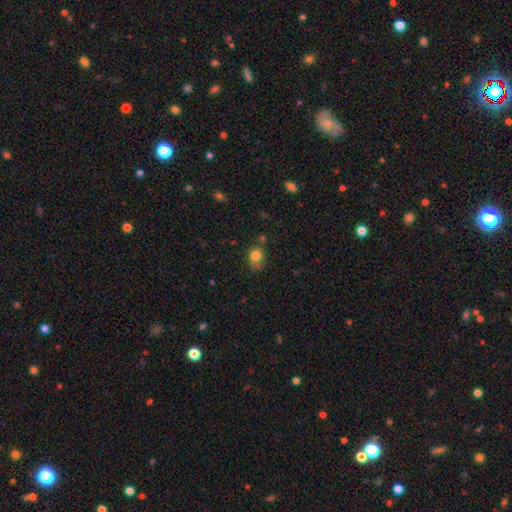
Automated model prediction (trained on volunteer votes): Smooth or featured?
  - smooth: 80% *
  - star or artifact: 11%
  - featured or disk: 9%
How rounded?
  - round: 58% *
  - in between: 41%
  - cigar-shaped: 1%
Merging?
  - none: 52% *
  - minor disturbance: 30%
  - major disturbance: 11%
  - merger: 6%